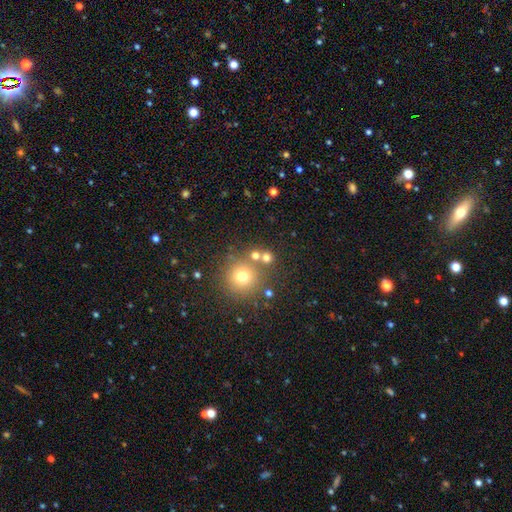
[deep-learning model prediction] Smooth or featured? Predicted: smooth (p=0.71). How rounded? Predicted: round (p=0.90). Merging? Predicted: none (p=0.68).